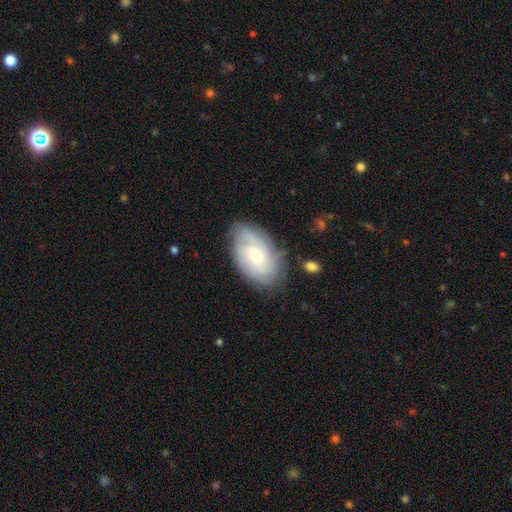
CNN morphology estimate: Smooth or featured? Predicted: featured or disk (p=0.60). Edge-on disk? Predicted: no (p=0.95). Bar? Predicted: no (p=0.67). Spiral arms? Predicted: yes (p=0.88). Bulge size? Predicted: small (p=0.52). Merging? Predicted: none (p=0.74).